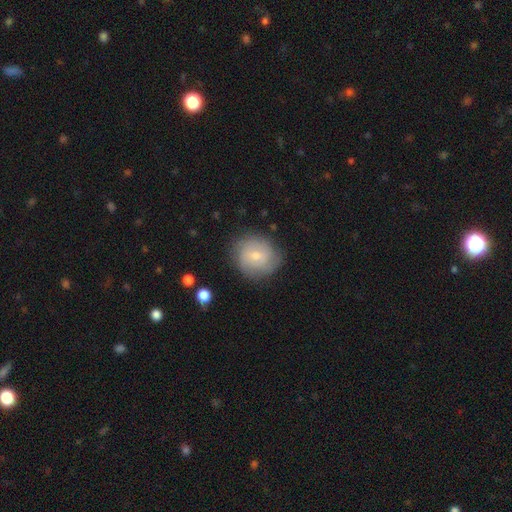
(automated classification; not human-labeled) Smooth or featured? Predicted: smooth (p=0.57). How rounded? Predicted: round (p=0.82). Merging? Predicted: none (p=0.78).